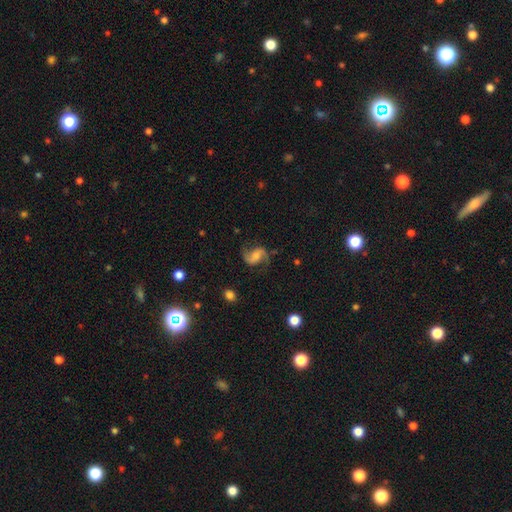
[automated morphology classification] This is clearly a featured or disk galaxy (82%). It is clearly not viewed edge-on (98%). Bar: marginally no (42%, tied with weak). Spiral arm pattern: clearly yes (96%). Spiral arm count: clearly 2 (93%). Spiral winding: possibly loose (55%). Central bulge: marginally moderate (44%). Merging: likely none (76%).